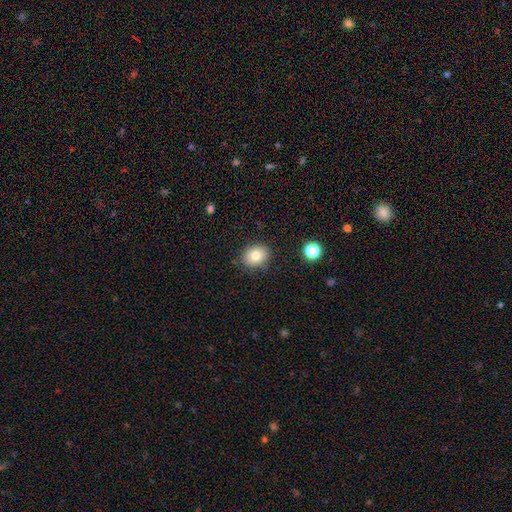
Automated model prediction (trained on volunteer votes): Smooth or featured: smooth — 79% (star or artifact — 11%)
How rounded: round — 58% (in between — 41%)
Merging: none — 85% (minor disturbance — 10%)